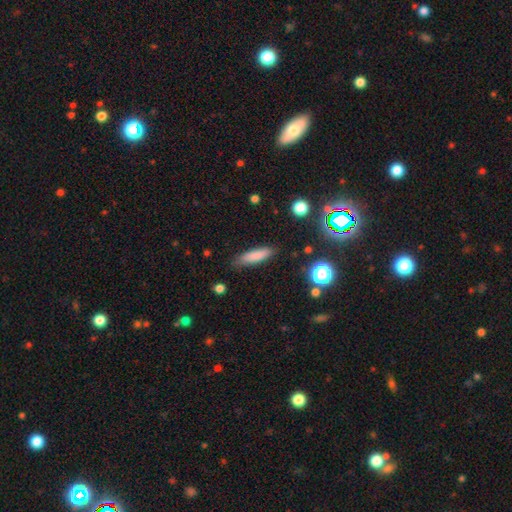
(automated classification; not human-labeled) Morphology: type=smooth (81%); roundness=cigar-shaped (70%); merging=none (82%).